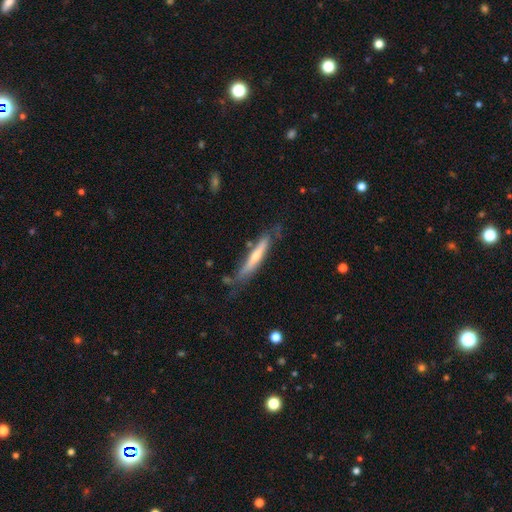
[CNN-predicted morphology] Smooth or featured?
  - featured or disk: 62% *
  - smooth: 30%
  - star or artifact: 8%
Edge-on disk?
  - yes: 82% *
  - no: 18%
Edge-on bulge?
  - rounded: 59% *
  - none: 33%
  - boxy: 8%
Merging?
  - none: 73% *
  - minor disturbance: 20%
  - major disturbance: 5%
  - merger: 2%